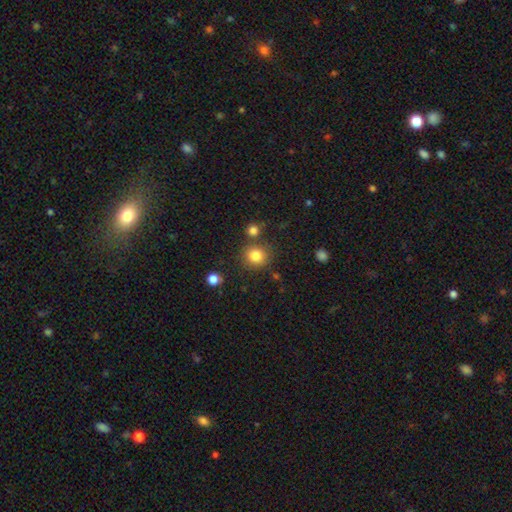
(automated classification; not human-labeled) smooth 83%, star or artifact 12%, featured or disk 6%. Down the decision tree: how rounded — round (87%); merging — none (77%).